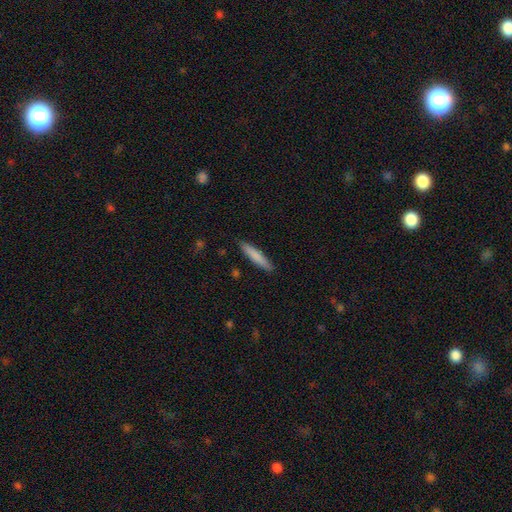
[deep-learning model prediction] This is likely a smooth galaxy (80%). How rounded: clearly cigar-shaped (89%). Merging: clearly none (89%).